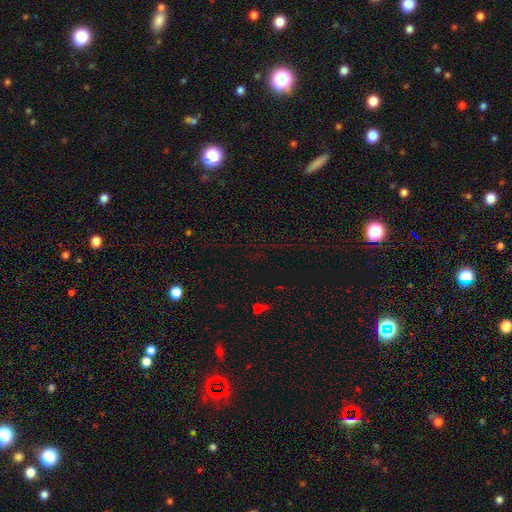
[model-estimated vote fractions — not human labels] A star or artifact, not a galaxy (72%).